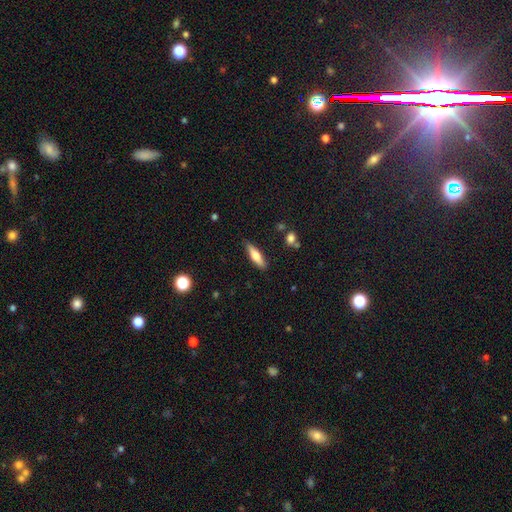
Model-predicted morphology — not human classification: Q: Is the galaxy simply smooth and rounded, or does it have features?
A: smooth — 62%.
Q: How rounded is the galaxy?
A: cigar-shaped — 66%.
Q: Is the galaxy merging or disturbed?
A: none — 82%.